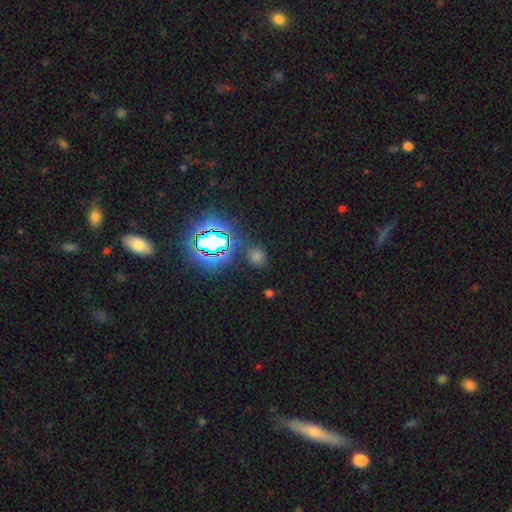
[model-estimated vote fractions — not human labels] Smooth or featured: smooth — 48% (star or artifact — 46%)
Merging: none — 82% (minor disturbance — 10%)